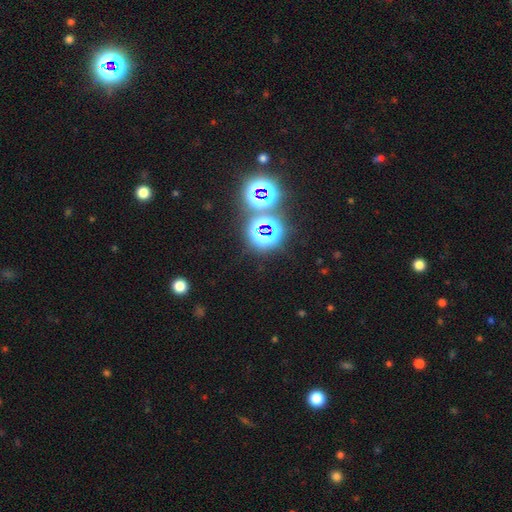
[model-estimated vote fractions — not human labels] Smooth or featured: star or artifact — 81% (smooth — 12%)